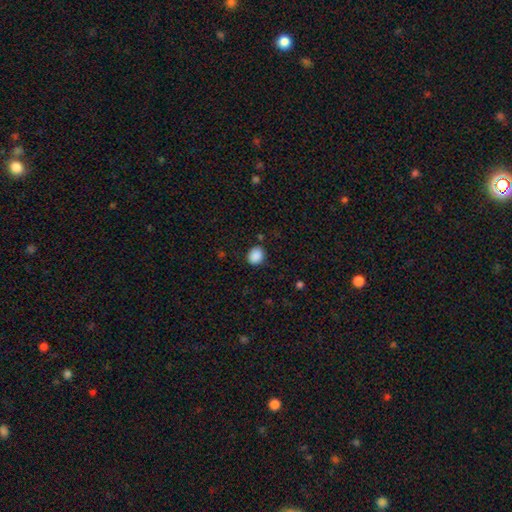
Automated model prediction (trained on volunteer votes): This appears to be a smooth galaxy with no disk features (88%) that is round (60%). Merging: none (84%).